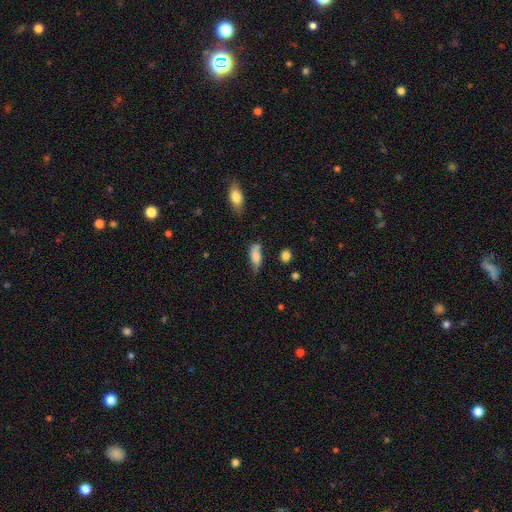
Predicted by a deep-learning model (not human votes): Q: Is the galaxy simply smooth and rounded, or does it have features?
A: smooth — 78%.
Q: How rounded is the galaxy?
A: in between — 75%.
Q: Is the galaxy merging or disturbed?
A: none — 49%.